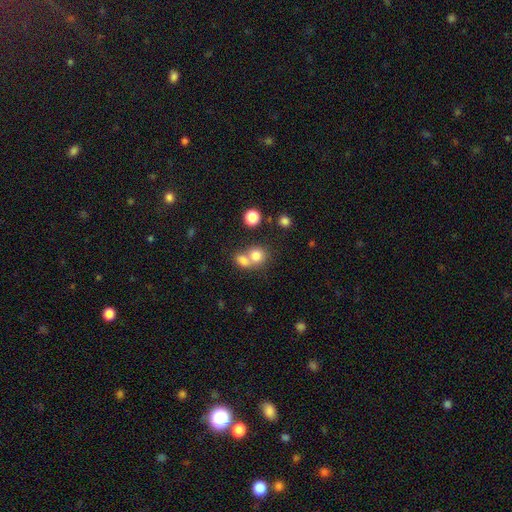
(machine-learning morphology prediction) Smooth or featured?
  - smooth: 77% *
  - star or artifact: 12%
  - featured or disk: 11%
How rounded?
  - round: 72% *
  - in between: 27%
  - cigar-shaped: 1%
Merging?
  - merger: 53% *
  - none: 37%
  - minor disturbance: 7%
  - major disturbance: 3%